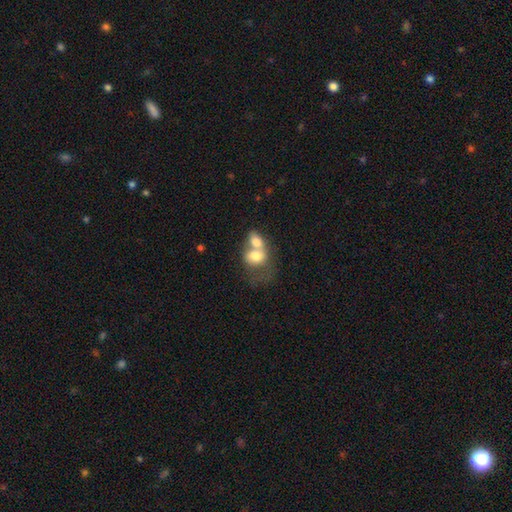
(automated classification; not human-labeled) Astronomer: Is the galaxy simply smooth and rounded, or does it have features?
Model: smooth — 70%.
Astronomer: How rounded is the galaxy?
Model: in between — 59% (runner-up: round, 39%).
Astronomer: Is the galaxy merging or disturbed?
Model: merger — 75%.